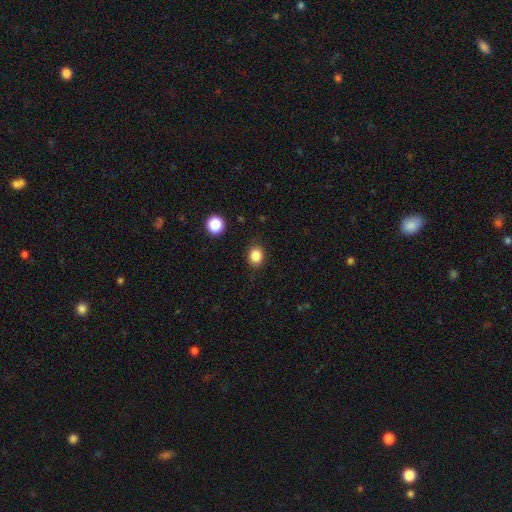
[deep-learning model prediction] A smooth galaxy with no disk features (84%) that is round (66%). Merging: none (88%).